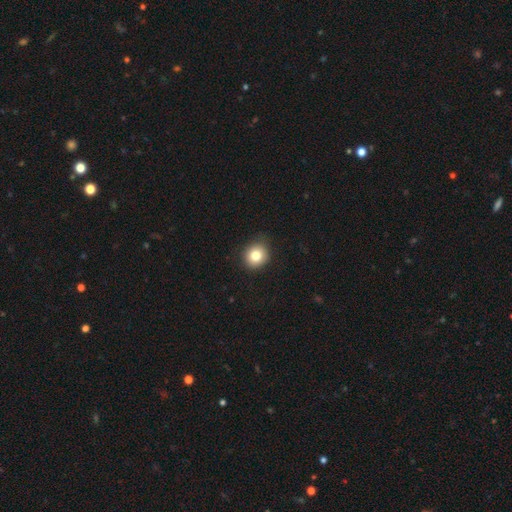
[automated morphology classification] Smooth or featured? smooth (82%)
How rounded? round (78%)
Merging? none (86%)